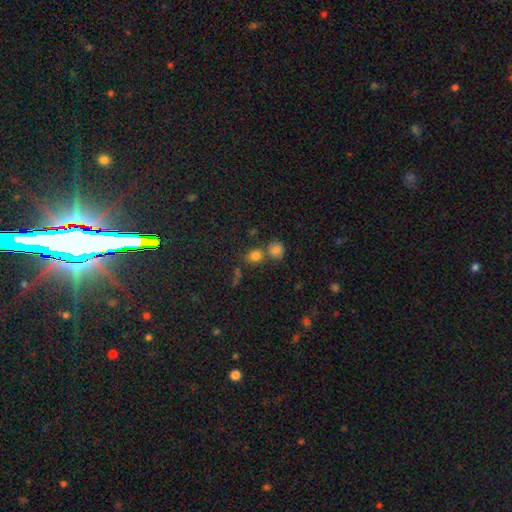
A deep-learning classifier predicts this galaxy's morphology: type=smooth (79%); roundness=round (65%); merging=none (56%).